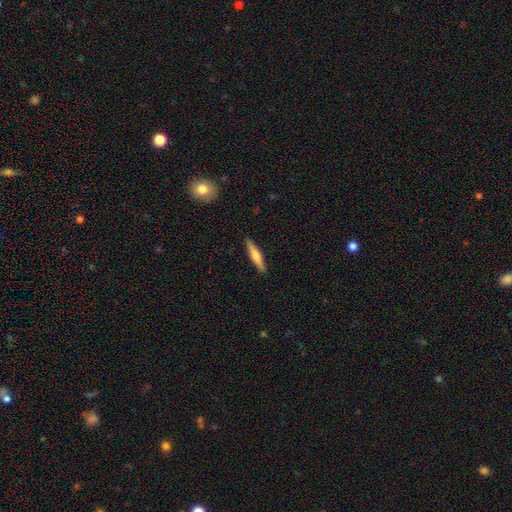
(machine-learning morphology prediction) Overall: smooth (57%; featured or disk 37%). How rounded: cigar-shaped (88%). Merging: none (90%).